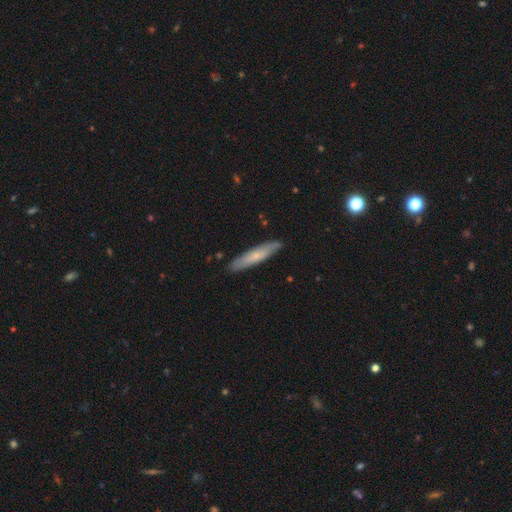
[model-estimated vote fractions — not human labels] Smooth or featured? Predicted: smooth (p=0.57). How rounded? Predicted: cigar-shaped (p=0.87). Merging? Predicted: none (p=0.86).